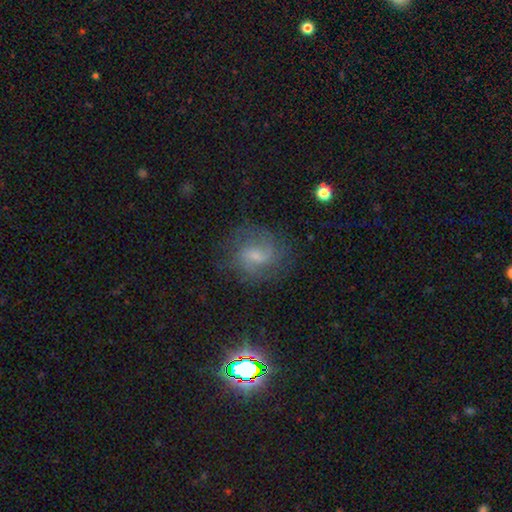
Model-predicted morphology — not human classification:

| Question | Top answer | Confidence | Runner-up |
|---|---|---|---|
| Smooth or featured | featured or disk | 66% | smooth (21%) |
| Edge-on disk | no | 97% | yes (3%) |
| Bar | weak | 57% | no (25%) |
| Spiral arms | yes | 90% | no (10%) |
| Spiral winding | medium | 48% | loose (26%) |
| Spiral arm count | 2 | 61% | can't tell (20%) |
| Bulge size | small | 51% | moderate (29%) |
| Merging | none | 71% | minor disturbance (17%) |